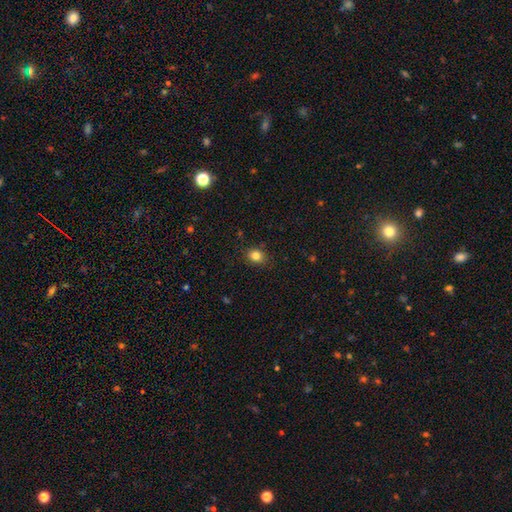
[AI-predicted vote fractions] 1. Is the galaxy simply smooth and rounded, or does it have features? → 83% smooth, 11% star or artifact, 6% featured or disk.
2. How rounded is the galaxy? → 60% round, 39% in between, 1% cigar-shaped.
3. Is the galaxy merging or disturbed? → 86% none, 10% minor disturbance, 3% major disturbance, 1% merger.